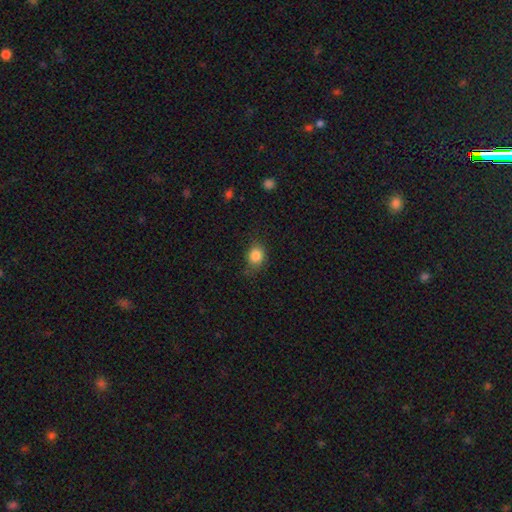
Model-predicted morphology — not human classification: Smooth or featured? smooth (84%)
How rounded? round (60%)
Merging? none (75%)